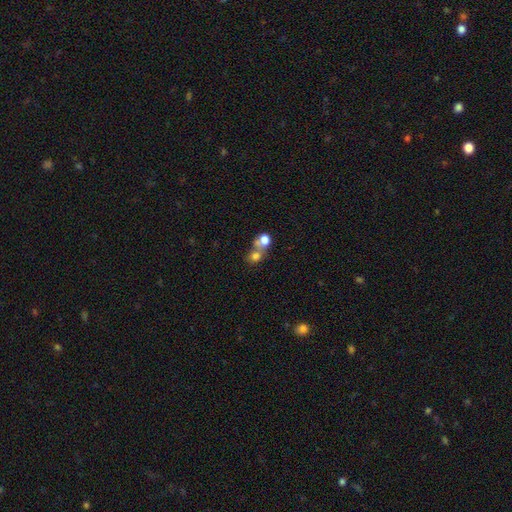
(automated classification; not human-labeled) This appears to be a smooth galaxy with no disk features (57%) that is round (71%). Merging: merger (46%).